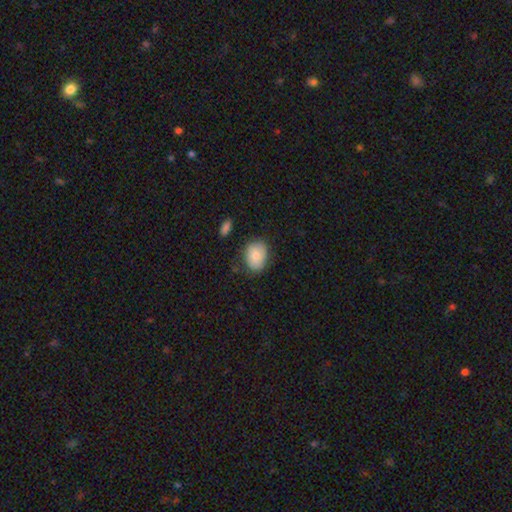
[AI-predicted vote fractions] Smooth or featured? Predicted: smooth (p=0.79). How rounded? Predicted: in between (p=0.65). Merging? Predicted: none (p=0.76).